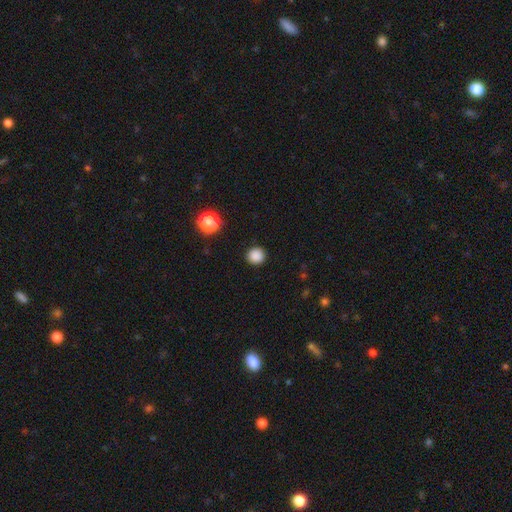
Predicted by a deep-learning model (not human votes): smooth_or_featured: smooth (p=0.86) [alt: star or artifact p=0.11]
how_rounded: round (p=0.93) [alt: in between p=0.07]
merging: none (p=0.91) [alt: minor disturbance p=0.05]